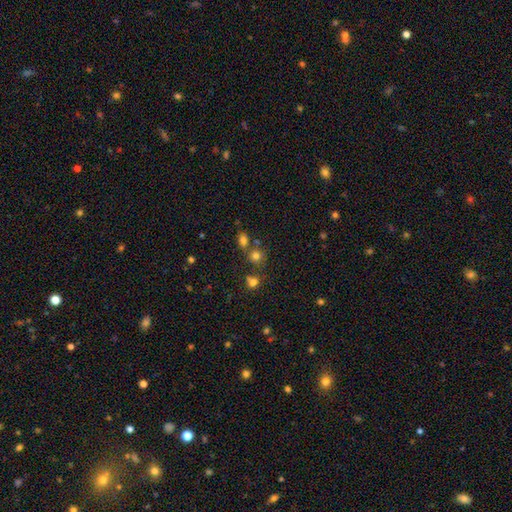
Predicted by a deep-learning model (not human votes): A smooth galaxy with no disk features (75%) that is round (82%).

Vote fractions:
- Smooth or featured? smooth: 75% / star or artifact: 17% / featured or disk: 8%
- How rounded? round: 82% / in between: 17% / cigar-shaped: 1%
- Merging? none: 63% / merger: 24% / minor disturbance: 10% / major disturbance: 4%